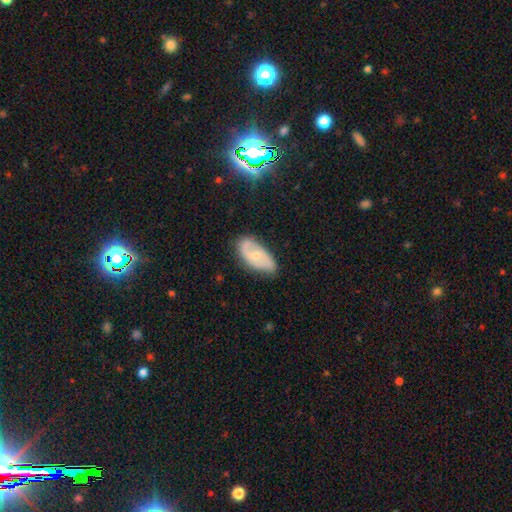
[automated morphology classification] A featured or disk galaxy (62%) with no bar (64%), spiral arms (80%) and a small central bulge (54%).

Vote fractions:
- Smooth or featured? featured or disk: 62% / smooth: 31% / star or artifact: 7%
- Edge-on disk? no: 93% / yes: 7%
- Bar? no: 64% / weak: 30% / strong: 6%
- Spiral arms? yes: 80% / no: 20%
- Bulge size? small: 54% / moderate: 41% / none: 3% / large: 1% / dominant: 1%
- Merging? none: 68% / minor disturbance: 24% / major disturbance: 5% / merger: 2%